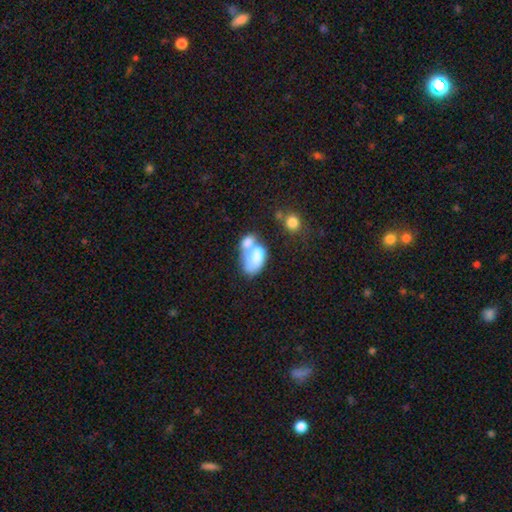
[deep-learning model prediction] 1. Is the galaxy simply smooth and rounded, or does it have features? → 66% smooth, 26% featured or disk, 9% star or artifact.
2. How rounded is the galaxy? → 89% in between, 9% round, 2% cigar-shaped.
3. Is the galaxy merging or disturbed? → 62% merger, 16% none, 12% major disturbance, 10% minor disturbance.